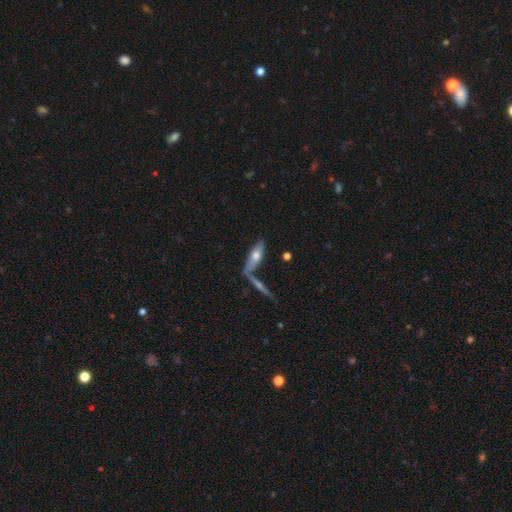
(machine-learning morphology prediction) Q: Smooth or featured?
A: smooth (54%); runner-up: featured or disk (39%)
Q: How rounded?
A: in between (53%); runner-up: cigar-shaped (45%)
Q: Merging?
A: none (50%); runner-up: merger (29%)